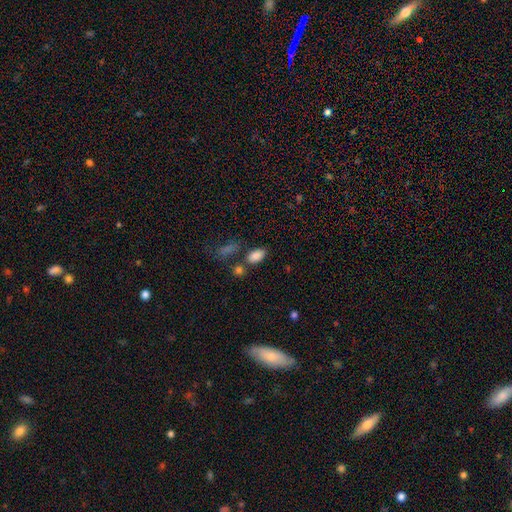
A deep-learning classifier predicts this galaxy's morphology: This appears to be a smooth galaxy with no disk features (85%) that is in between round and cigar-shaped (91%). Merging: none (65%).